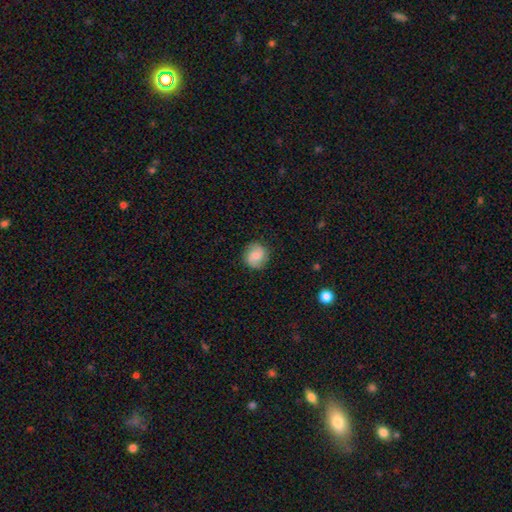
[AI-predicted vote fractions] A smooth galaxy with no disk features (63%) that is round (87%).

Vote fractions:
- Smooth or featured? smooth: 63% / featured or disk: 29% / star or artifact: 8%
- How rounded? round: 87% / in between: 12% / cigar-shaped: 1%
- Merging? none: 86% / minor disturbance: 10% / major disturbance: 3% / merger: 1%